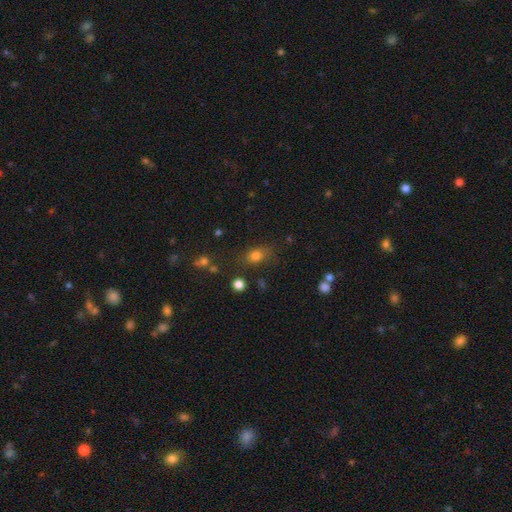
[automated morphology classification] Smooth or featured: smooth — 78% (star or artifact — 14%)
How rounded: in between — 61% (round — 36%)
Merging: none — 71% (minor disturbance — 18%)